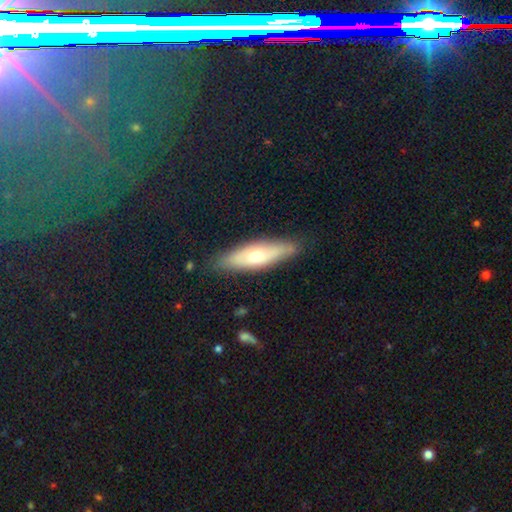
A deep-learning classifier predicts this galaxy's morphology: type=smooth (50%); merging=none (82%).